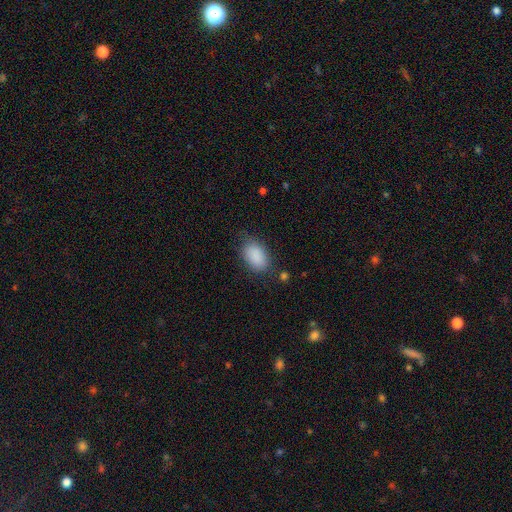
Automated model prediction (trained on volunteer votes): Smooth or featured: smooth — 89% (star or artifact — 7%)
How rounded: in between — 90% (round — 9%)
Merging: none — 75% (minor disturbance — 18%)